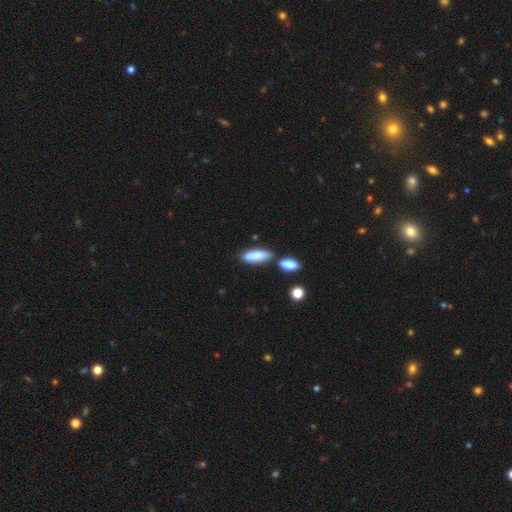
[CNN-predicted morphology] A smooth galaxy with no disk features (83%) that is in between round and cigar-shaped (62%).

Vote fractions:
- Smooth or featured? smooth: 83% / featured or disk: 11% / star or artifact: 6%
- How rounded? in between: 62% / cigar-shaped: 36% / round: 2%
- Merging? none: 63% / merger: 19% / minor disturbance: 14% / major disturbance: 4%